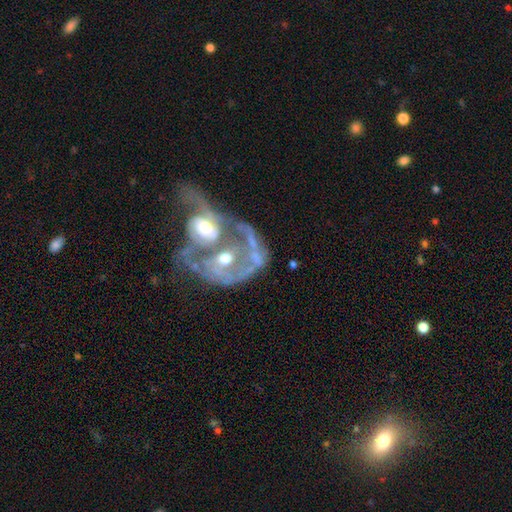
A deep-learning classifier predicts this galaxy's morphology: A featured or disk galaxy (64%) with no bar (76%), no spiral arms (56%) and a moderate central bulge (61%). Merging: merger (67%).